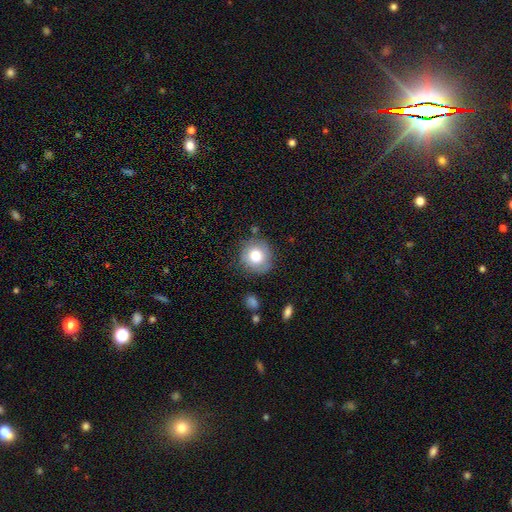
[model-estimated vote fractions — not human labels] Smooth or featured?
  - smooth: 74% *
  - featured or disk: 17%
  - star or artifact: 9%
How rounded?
  - round: 89% *
  - in between: 10%
  - cigar-shaped: 1%
Merging?
  - none: 79% *
  - minor disturbance: 14%
  - major disturbance: 4%
  - merger: 2%